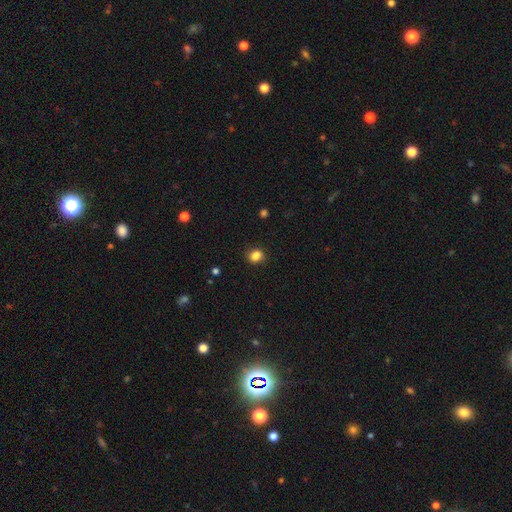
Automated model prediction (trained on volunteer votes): This appears to be a smooth galaxy with no disk features (85%) that is round (59%). Merging: none (84%).